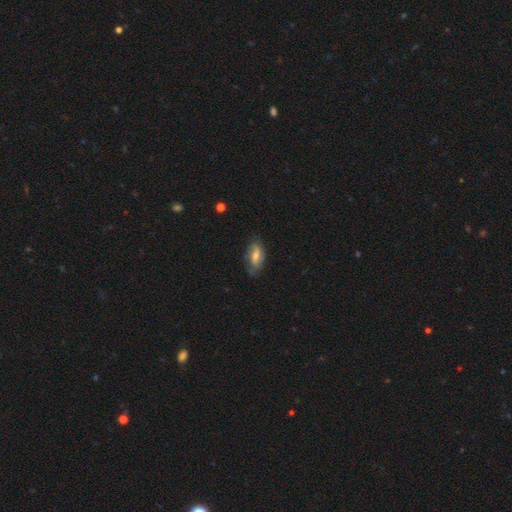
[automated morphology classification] Smooth or featured? smooth (52%)
How rounded? in between (84%)
Merging? none (65%)